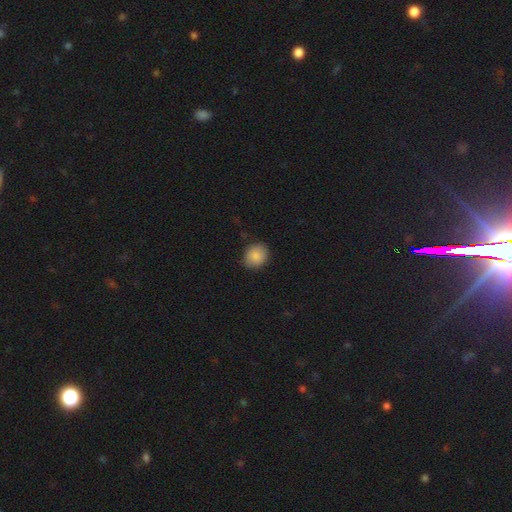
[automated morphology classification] Smooth or featured? Predicted: smooth (p=0.86). How rounded? Predicted: round (p=0.73). Merging? Predicted: none (p=0.85).